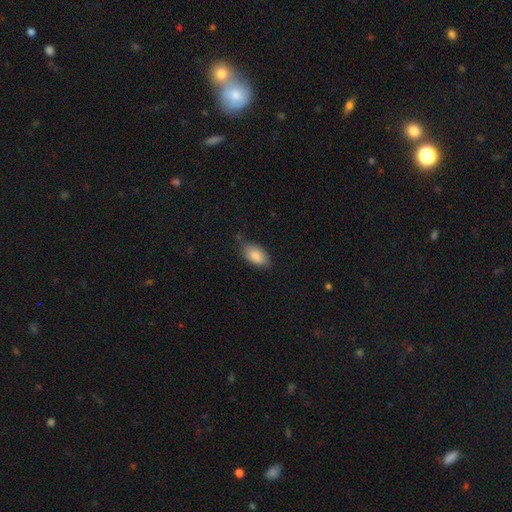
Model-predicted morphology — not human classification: smooth_or_featured: smooth (p=0.85) [alt: featured or disk p=0.08]
how_rounded: in between (p=0.92) [alt: round p=0.04]
merging: none (p=0.68) [alt: minor disturbance p=0.25]